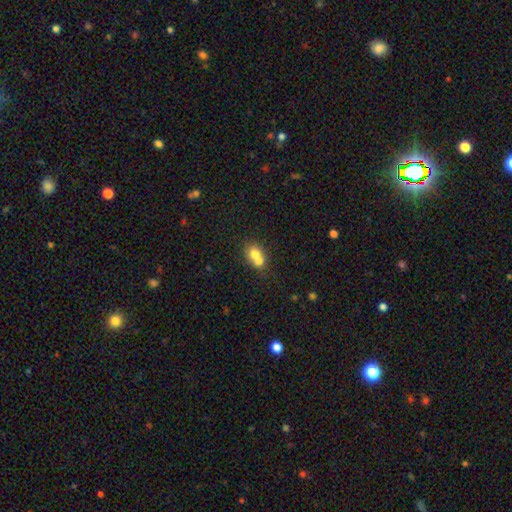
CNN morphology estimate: Smooth or featured? smooth (70%)
How rounded? round (63%)
Merging? merger (67%)